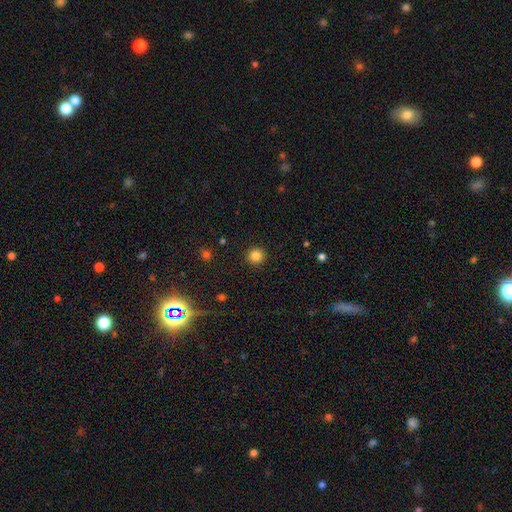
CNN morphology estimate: smooth_or_featured: smooth (p=0.84) [alt: star or artifact p=0.12]
how_rounded: round (p=0.94) [alt: in between p=0.05]
merging: none (p=0.92) [alt: minor disturbance p=0.05]